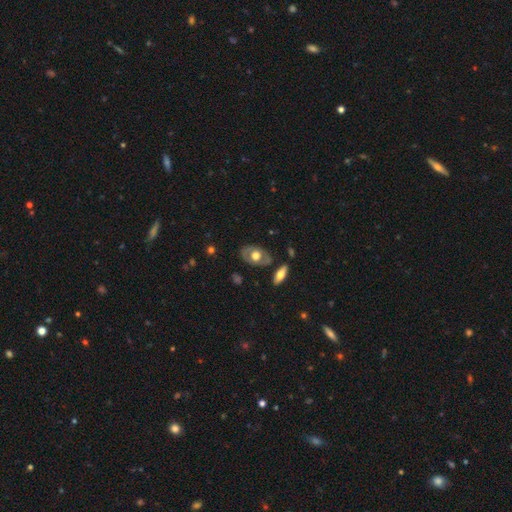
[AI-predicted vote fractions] smooth_or_featured: featured or disk (p=0.52) [alt: smooth p=0.42]
disk_edge_on: no (p=0.85) [alt: yes p=0.15]
merging: none (p=0.77) [alt: minor disturbance p=0.15]